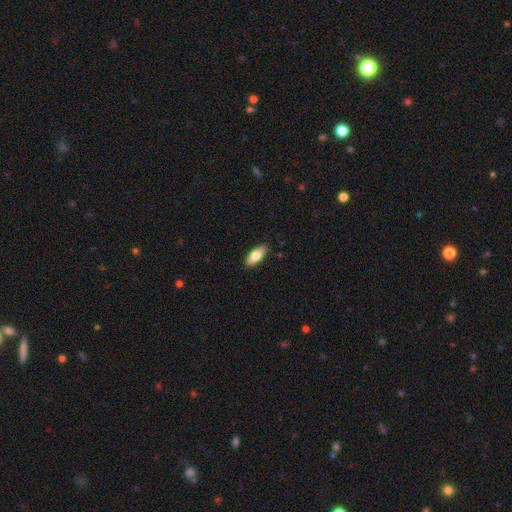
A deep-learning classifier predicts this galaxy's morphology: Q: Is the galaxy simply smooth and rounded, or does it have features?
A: smooth — 74%.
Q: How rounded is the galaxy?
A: in between — 79%.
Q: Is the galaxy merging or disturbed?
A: none — 88%.